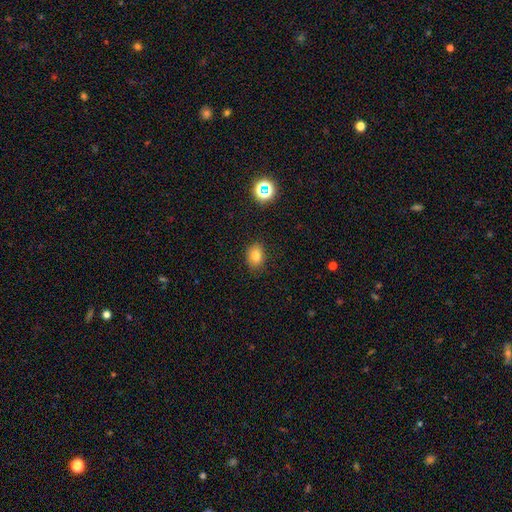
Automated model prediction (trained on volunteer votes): Morphology: type=smooth (79%); roundness=in between (65%); merging=none (85%).